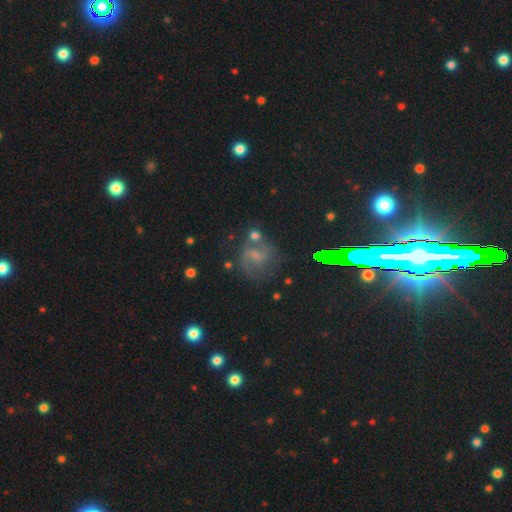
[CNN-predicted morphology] smooth_or_featured: featured or disk (p=0.56) [alt: smooth p=0.22]
disk_edge_on: no (p=0.97) [alt: yes p=0.03]
bar: weak (p=0.51) [alt: no p=0.31]
has_spiral_arms: yes (p=0.86) [alt: no p=0.14]
bulge_size: small (p=0.46) [alt: none p=0.26]
merging: none (p=0.55) [alt: minor disturbance p=0.19]